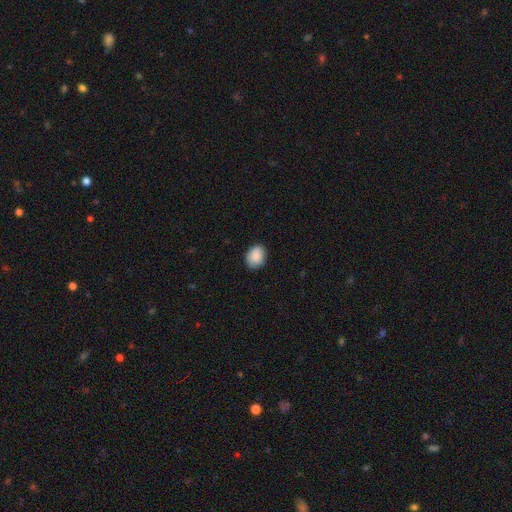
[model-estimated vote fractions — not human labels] Q: Smooth or featured?
A: smooth (89%); runner-up: star or artifact (7%)
Q: How rounded?
A: in between (62%); runner-up: round (37%)
Q: Merging?
A: none (83%); runner-up: minor disturbance (14%)